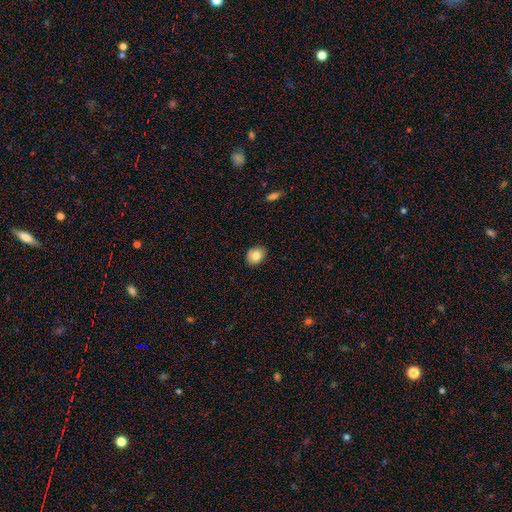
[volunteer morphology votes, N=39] Smooth or featured?
  - smooth: 92% *
  - star or artifact: 5%
  - featured or disk: 3%
How rounded?
  - in between: 56% *
  - round: 44%
  - cigar-shaped: 0%
Merging?
  - none: 86% *
  - minor disturbance: 14%
  - major disturbance: 0%
  - merger: 0%